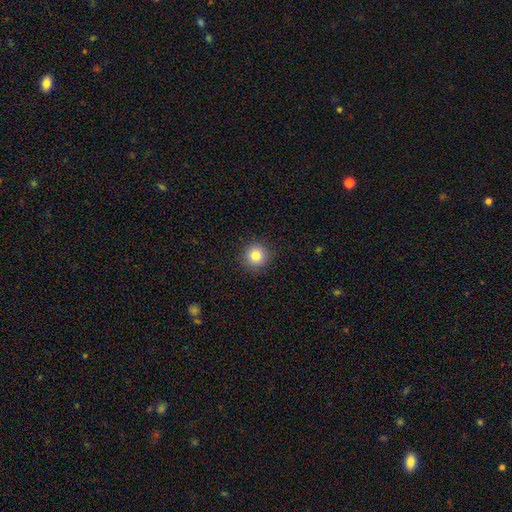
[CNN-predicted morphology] A smooth galaxy with no disk features (81%) that is round (95%).

Vote fractions:
- Smooth or featured? smooth: 81% / star or artifact: 11% / featured or disk: 8%
- How rounded? round: 95% / in between: 4% / cigar-shaped: 1%
- Merging? none: 91% / minor disturbance: 6% / major disturbance: 2% / merger: 1%